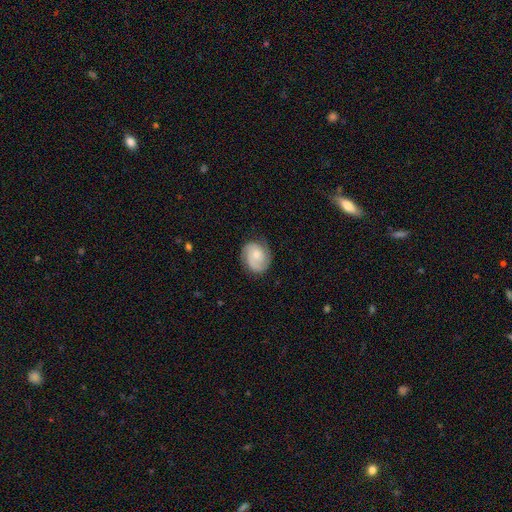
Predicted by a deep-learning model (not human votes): Smooth or featured? featured or disk (57%)
Edge-on disk? no (97%)
Bar? no (74%)
Spiral arms? yes (91%)
Spiral winding? tight (51%)
Spiral arm count? 2 (49%)
Bulge size? small (47%)
Merging? none (73%)